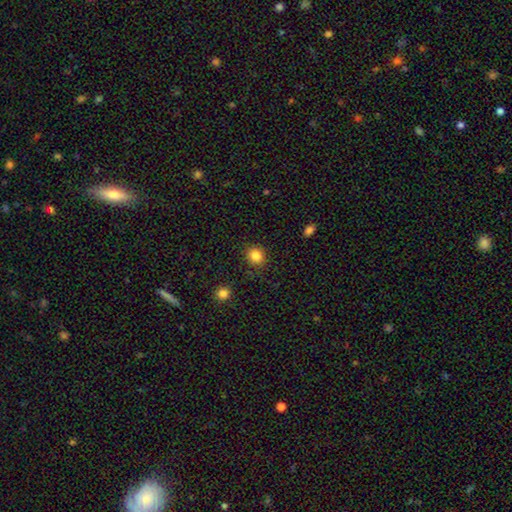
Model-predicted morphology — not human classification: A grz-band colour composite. It shows a smooth galaxy with no disk features (85%) that is round (85%). Merging: none (87%).